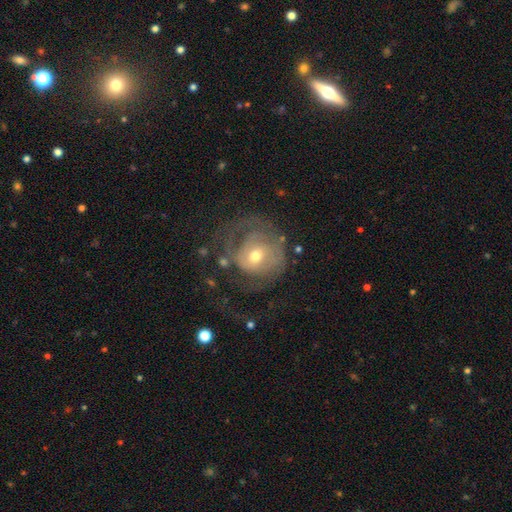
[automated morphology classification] smooth_or_featured: featured or disk (p=0.71) [alt: smooth p=0.21]
disk_edge_on: no (p=0.97) [alt: yes p=0.03]
bar: no (p=0.61) [alt: weak p=0.31]
has_spiral_arms: yes (p=0.75) [alt: no p=0.25]
spiral_winding: tight (p=0.48) [alt: medium p=0.33]
spiral_arm_count: can't tell (p=0.34) [alt: 2 p=0.32]
bulge_size: moderate (p=0.60) [alt: small p=0.34]
merging: none (p=0.44) [alt: major disturbance p=0.34]